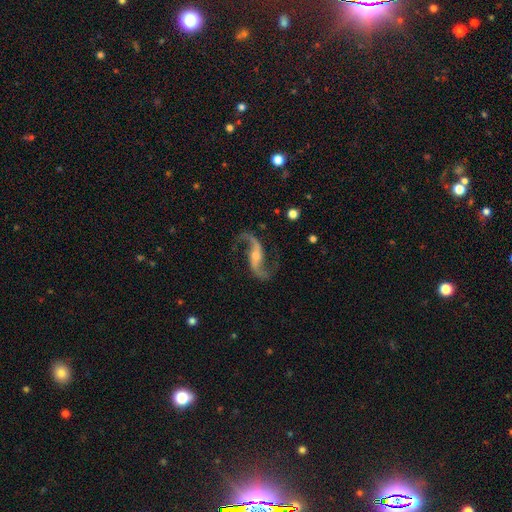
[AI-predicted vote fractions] Morphology: type=featured or disk (92%); edge-on=no (96%); bar=no (38%); spiral arms=yes (98%); winding=loose (82%); arm count=2 (94%); bulge=small (48%); merging=none (81%).